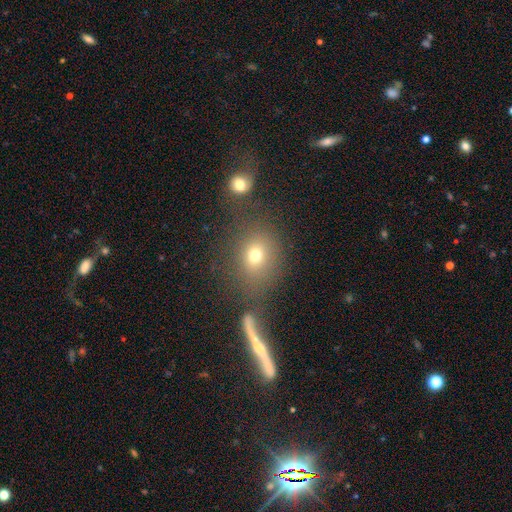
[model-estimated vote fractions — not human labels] This is likely a smooth galaxy (67%). How rounded: likely round (67%). Merging: likely none (66%).